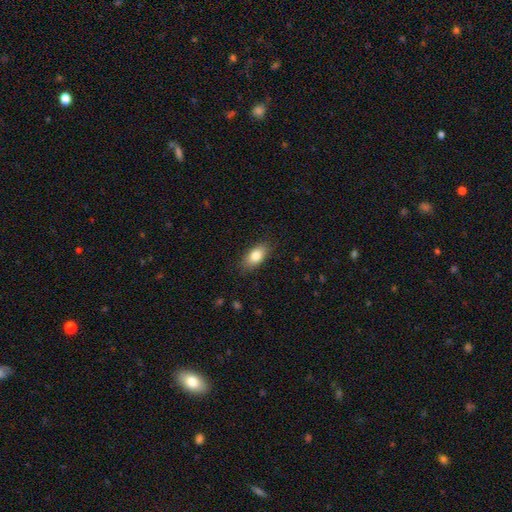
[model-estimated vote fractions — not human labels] Overall: smooth (82%). How rounded: in between (88%). Merging: none (85%).